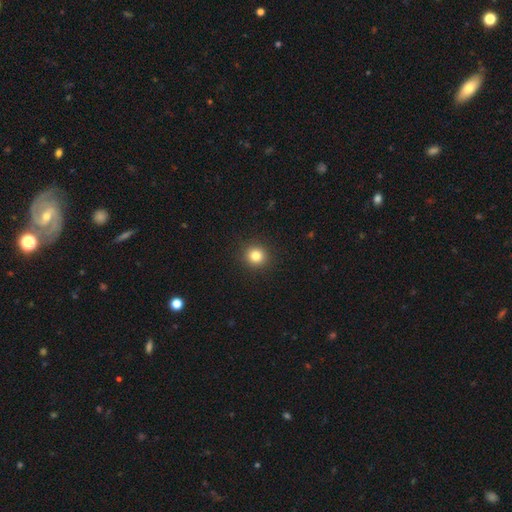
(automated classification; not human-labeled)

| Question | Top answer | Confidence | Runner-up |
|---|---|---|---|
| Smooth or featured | smooth | 82% | star or artifact (12%) |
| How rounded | round | 92% | in between (7%) |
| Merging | none | 92% | minor disturbance (5%) |